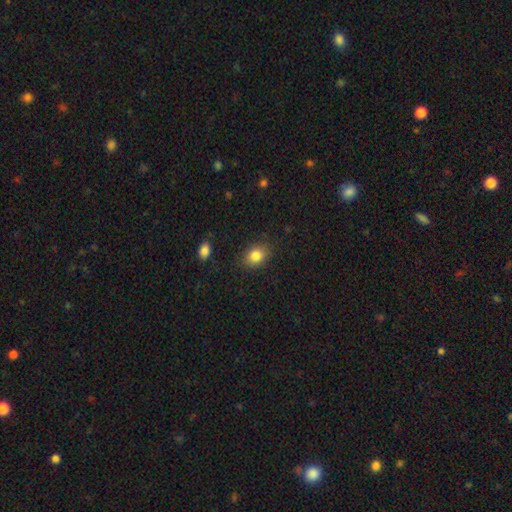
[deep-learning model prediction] Smooth or featured?
  - smooth: 84% *
  - star or artifact: 9%
  - featured or disk: 7%
How rounded?
  - in between: 56% *
  - round: 43%
  - cigar-shaped: 1%
Merging?
  - none: 84% *
  - minor disturbance: 11%
  - major disturbance: 3%
  - merger: 1%